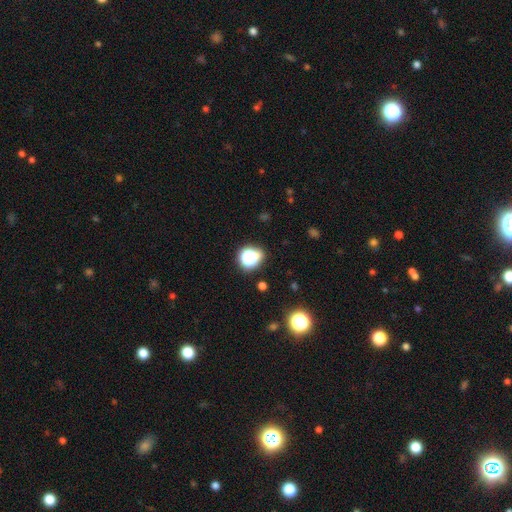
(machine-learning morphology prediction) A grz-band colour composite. It shows a smooth galaxy with no disk features (51%) that is round (78%). Merging: none (74%).